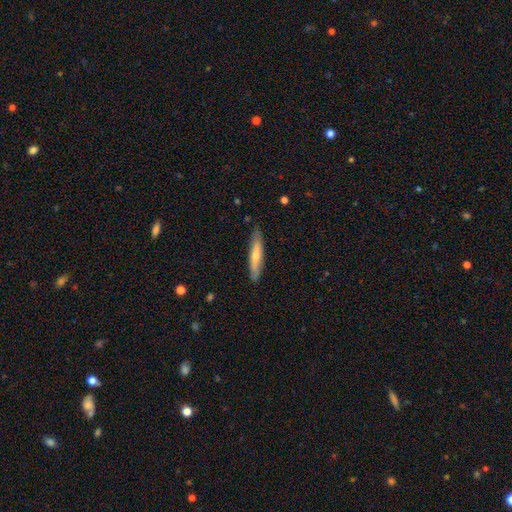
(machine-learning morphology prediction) Smooth or featured? Predicted: smooth (p=0.62). How rounded? Predicted: cigar-shaped (p=0.88). Merging? Predicted: none (p=0.84).